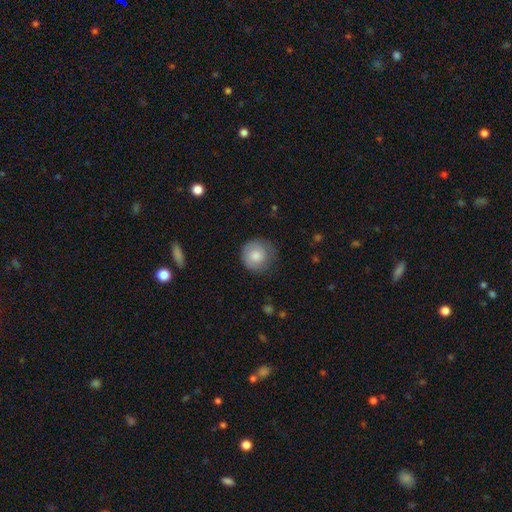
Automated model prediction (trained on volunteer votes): Smooth or featured? Predicted: smooth (p=0.79). How rounded? Predicted: round (p=0.92). Merging? Predicted: none (p=0.76).